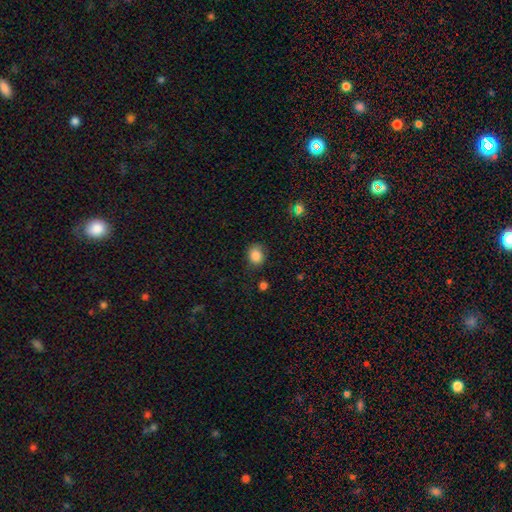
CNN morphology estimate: smooth-or-featured: smooth: 84% | star or artifact: 11% | featured or disk: 5%
  how-rounded: round: 65% | in between: 34% | cigar-shaped: 1%
  merging: none: 77% | minor disturbance: 17% | major disturbance: 4% | merger: 2%